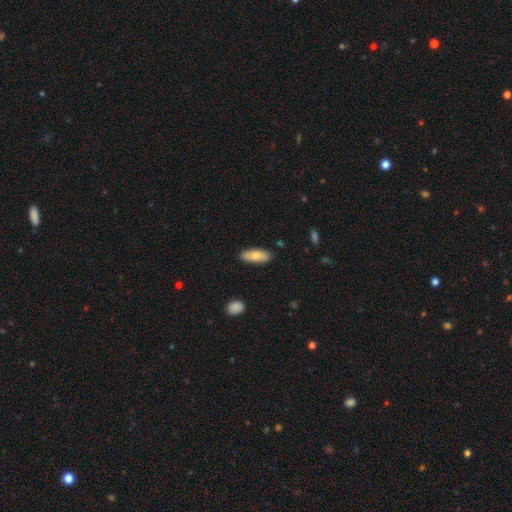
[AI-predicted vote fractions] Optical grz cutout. It shows a smooth galaxy with no disk features (77%) that is in between round and cigar-shaped (69%). Merging: none (87%).